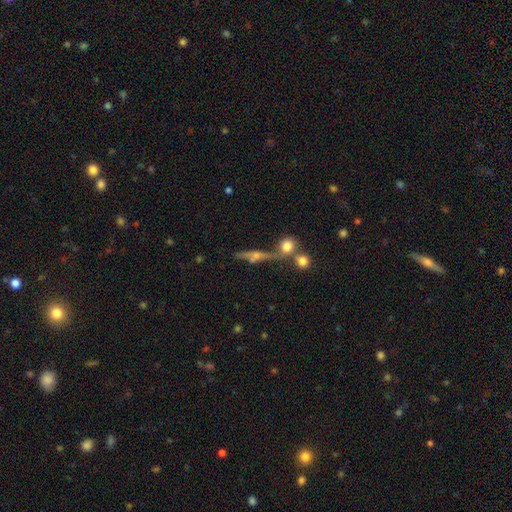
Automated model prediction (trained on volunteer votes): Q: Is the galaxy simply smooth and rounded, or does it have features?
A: featured or disk — 61%.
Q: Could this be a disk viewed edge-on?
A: yes — 73%.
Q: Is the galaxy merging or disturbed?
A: none — 50%.